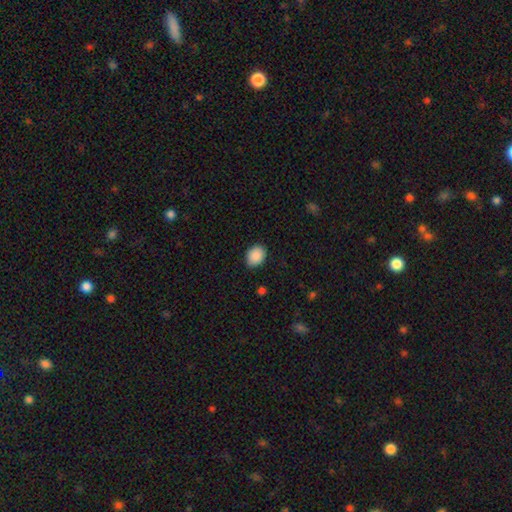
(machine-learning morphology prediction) Smooth or featured? smooth (90%)
How rounded? in between (60%)
Merging? none (87%)